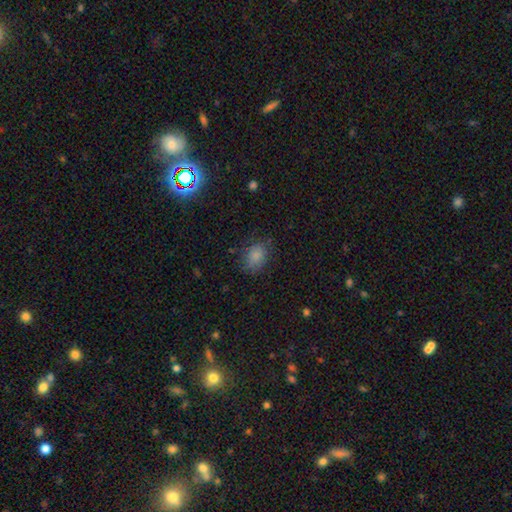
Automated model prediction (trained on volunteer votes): This is clearly a smooth galaxy (83%). How rounded: likely in between (67%). Merging: likely none (74%).